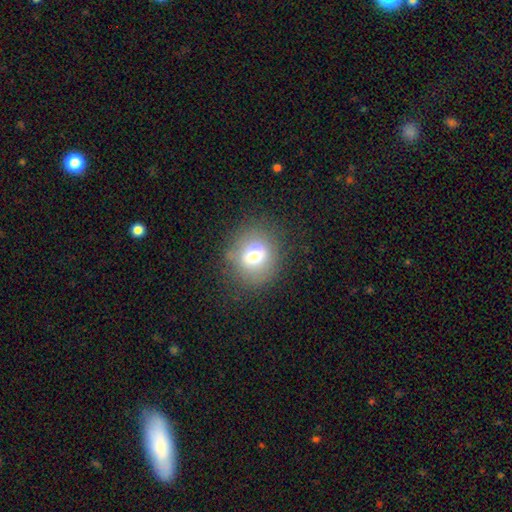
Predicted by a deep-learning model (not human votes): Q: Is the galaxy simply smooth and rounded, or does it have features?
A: smooth — 72%.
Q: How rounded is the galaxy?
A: round — 74%.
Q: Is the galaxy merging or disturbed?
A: none — 80%.